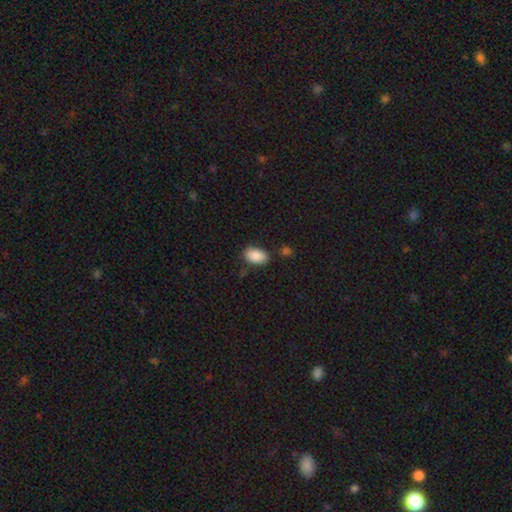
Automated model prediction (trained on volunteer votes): Overall: smooth (89%). How rounded: in between (92%). Merging: none (76%).